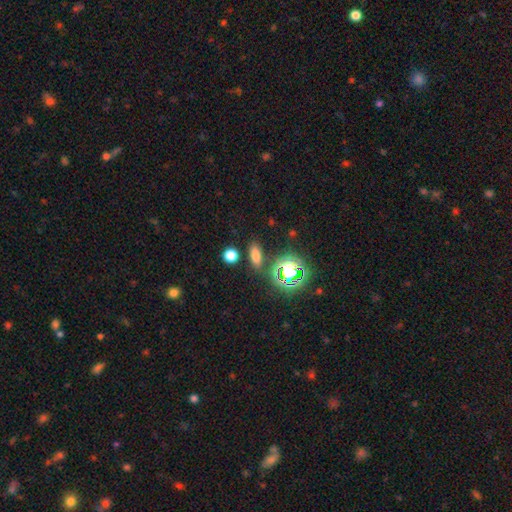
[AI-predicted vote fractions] smooth-or-featured: smooth: 68% | star or artifact: 24% | featured or disk: 8%
  how-rounded: in between: 70% | cigar-shaped: 19% | round: 11%
  merging: none: 83% | minor disturbance: 9% | merger: 5% | major disturbance: 3%